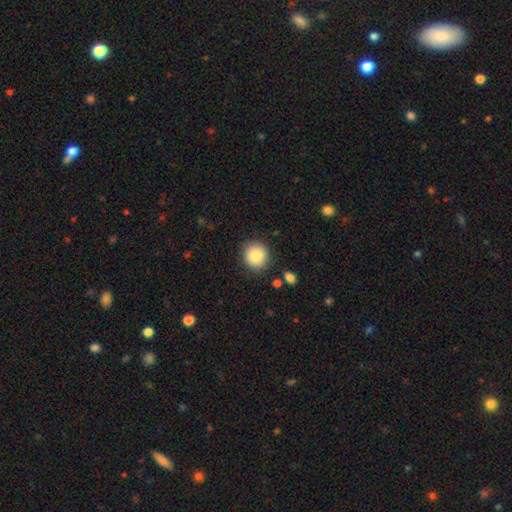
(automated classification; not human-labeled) Q: Smooth or featured?
A: smooth (86%); runner-up: star or artifact (8%)
Q: How rounded?
A: round (91%); runner-up: in between (8%)
Q: Merging?
A: none (88%); runner-up: minor disturbance (8%)